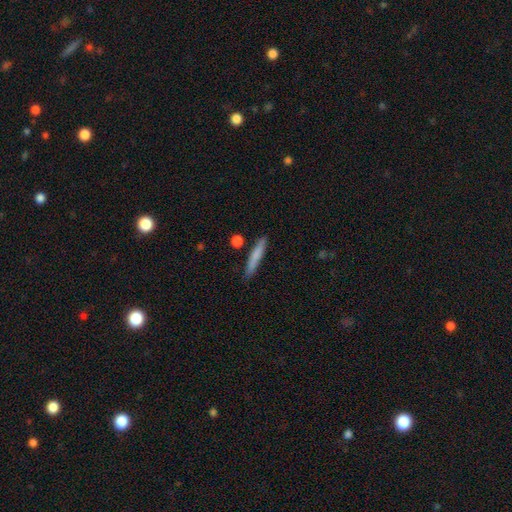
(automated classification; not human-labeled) The model was most divided on "smooth or featured": smooth: 74%, featured or disk: 20%, star or artifact: 6%. More confident: how rounded — cigar-shaped (94%); merging — none (84%).